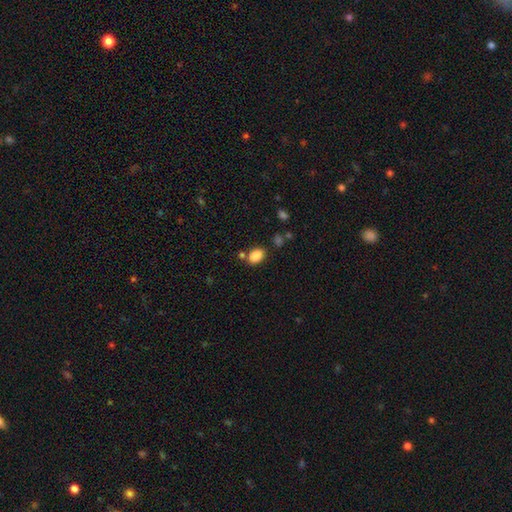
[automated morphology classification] A smooth galaxy with no disk features (86%) that is in between round and cigar-shaped (84%). Merging: none (73%).